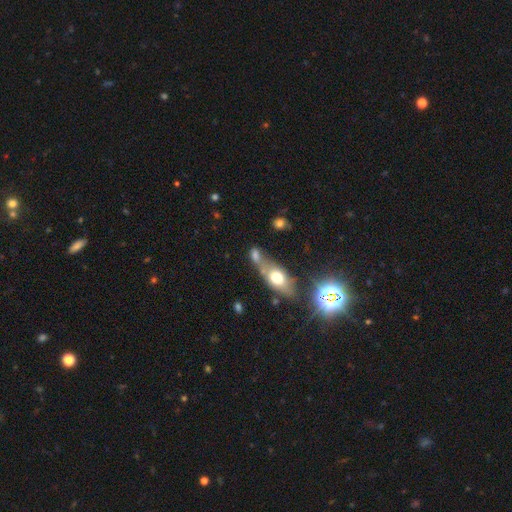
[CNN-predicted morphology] Smooth or featured?
  - smooth: 58% *
  - featured or disk: 23%
  - star or artifact: 19%
How rounded?
  - in between: 56% *
  - round: 27%
  - cigar-shaped: 17%
Merging?
  - merger: 44% *
  - none: 35%
  - minor disturbance: 12%
  - major disturbance: 9%